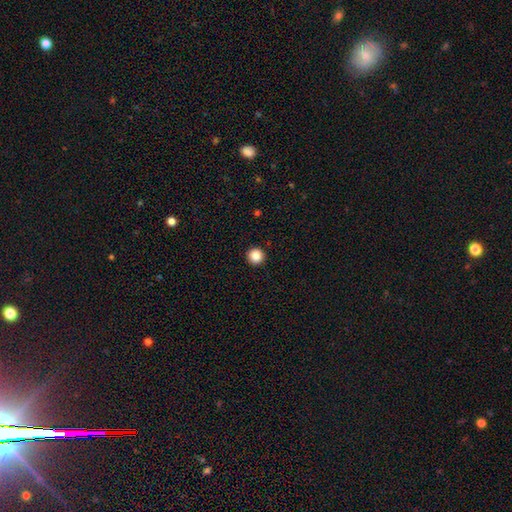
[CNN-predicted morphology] Smooth or featured? smooth (88%)
How rounded? round (96%)
Merging? none (94%)